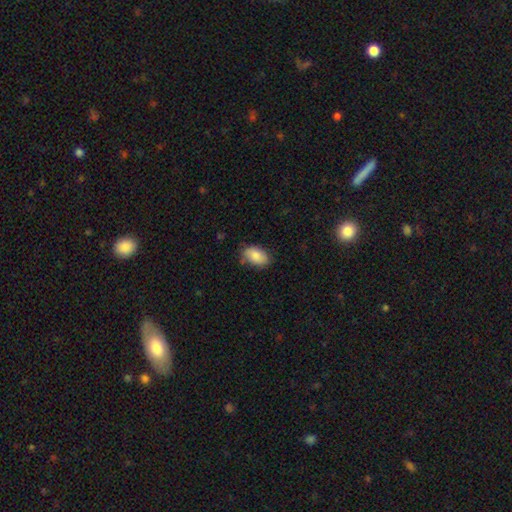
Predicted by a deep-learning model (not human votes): Q: Smooth or featured?
A: smooth (85%); runner-up: featured or disk (8%)
Q: How rounded?
A: in between (92%); runner-up: round (7%)
Q: Merging?
A: none (76%); runner-up: minor disturbance (19%)